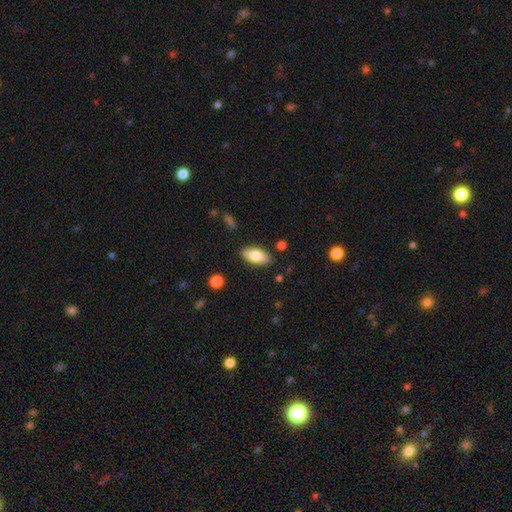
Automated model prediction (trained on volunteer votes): A smooth galaxy with no disk features (76%) that is in between round and cigar-shaped (88%).

Vote fractions:
- Smooth or featured? smooth: 76% / featured or disk: 18% / star or artifact: 6%
- How rounded? in between: 88% / cigar-shaped: 9% / round: 2%
- Merging? none: 86% / minor disturbance: 10% / major disturbance: 2% / merger: 2%